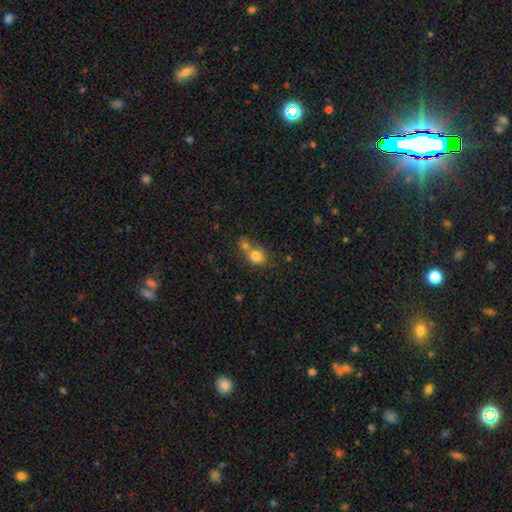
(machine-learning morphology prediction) Smooth or featured: smooth — 78% (featured or disk — 11%)
How rounded: round — 60% (in between — 39%)
Merging: merger — 49% (none — 37%)